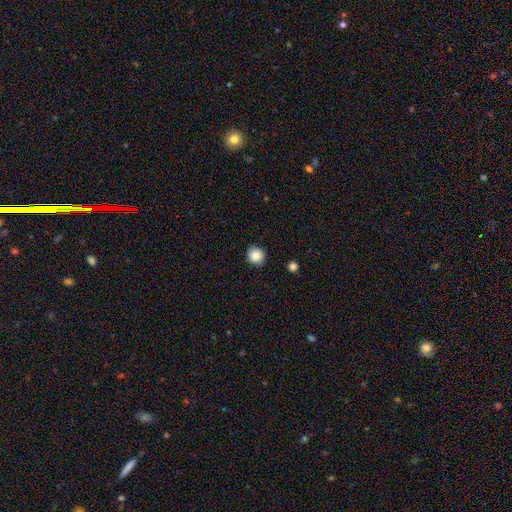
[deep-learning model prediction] This appears to be a smooth galaxy with no disk features (86%) that is round (87%). Merging: none (89%).